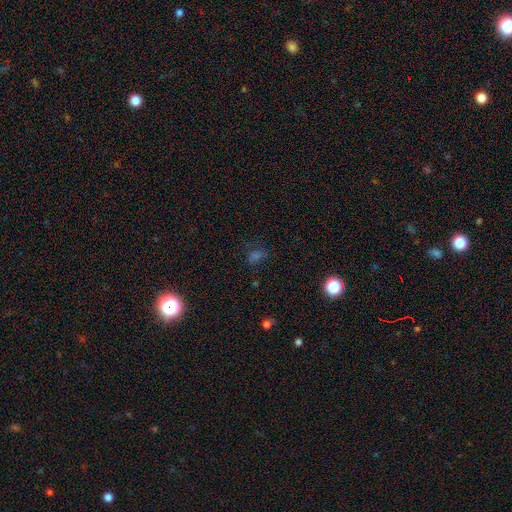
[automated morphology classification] A smooth galaxy with no disk features (45%).

Vote fractions:
- Smooth or featured? smooth: 45% / star or artifact: 43% / featured or disk: 12%
- Merging? none: 68% / minor disturbance: 17% / major disturbance: 11% / merger: 4%